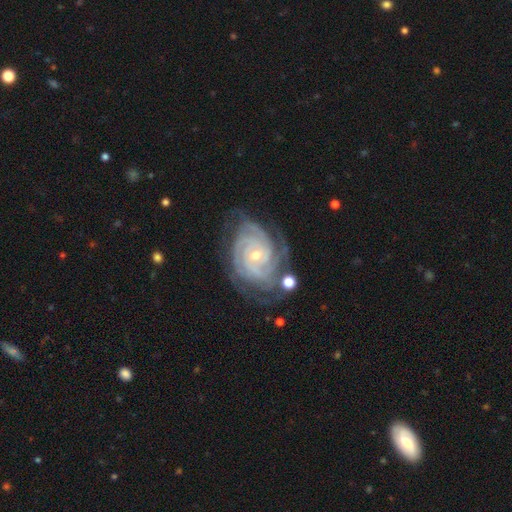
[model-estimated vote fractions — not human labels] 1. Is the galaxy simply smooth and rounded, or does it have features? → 92% featured or disk, 5% star or artifact, 4% smooth.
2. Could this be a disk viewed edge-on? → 97% no, 3% yes.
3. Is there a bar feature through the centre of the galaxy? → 65% no, 26% weak, 9% strong.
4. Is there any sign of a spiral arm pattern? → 99% yes, 1% no.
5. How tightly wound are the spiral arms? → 82% tight, 16% medium, 2% loose.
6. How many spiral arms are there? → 29% 3, 28% 4, 14% can't tell, 14% 2, 9% more than 4, 6% 1.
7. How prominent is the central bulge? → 65% small, 32% moderate, 1% large, 1% none, 1% dominant.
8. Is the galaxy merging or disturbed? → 70% none, 19% minor disturbance, 7% major disturbance, 4% merger.